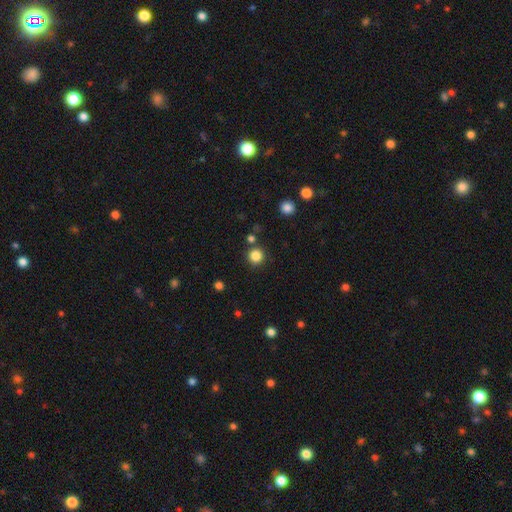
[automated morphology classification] smooth 84%, star or artifact 12%, featured or disk 4%. Down the decision tree: how rounded — round (95%); merging — none (86%).